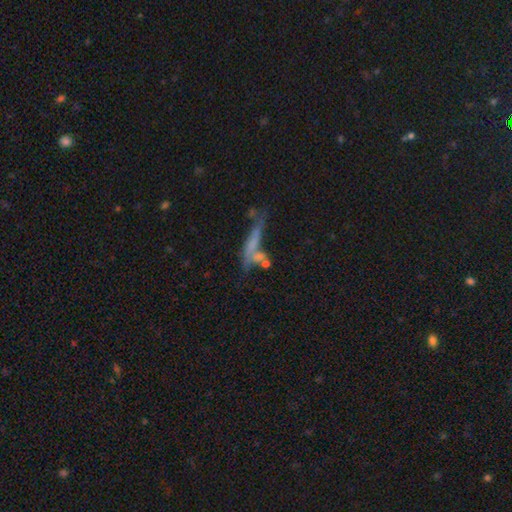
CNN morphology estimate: smooth_or_featured: smooth (p=0.53) [alt: featured or disk p=0.34]
how_rounded: cigar-shaped (p=0.61) [alt: in between p=0.31]
merging: merger (p=0.38) [alt: none p=0.27]